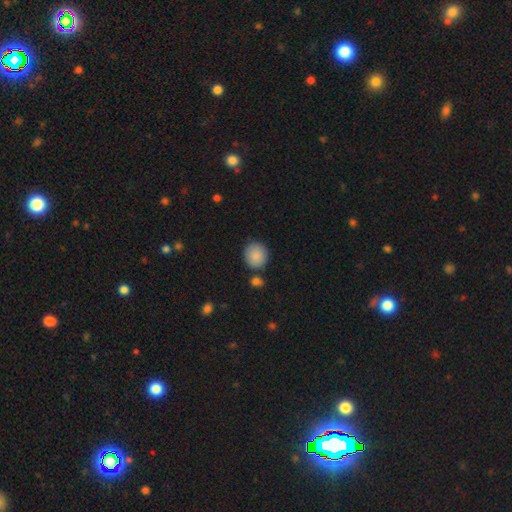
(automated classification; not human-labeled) Smooth or featured: smooth — 88% (star or artifact — 7%)
How rounded: round — 83% (in between — 16%)
Merging: none — 78% (minor disturbance — 12%)